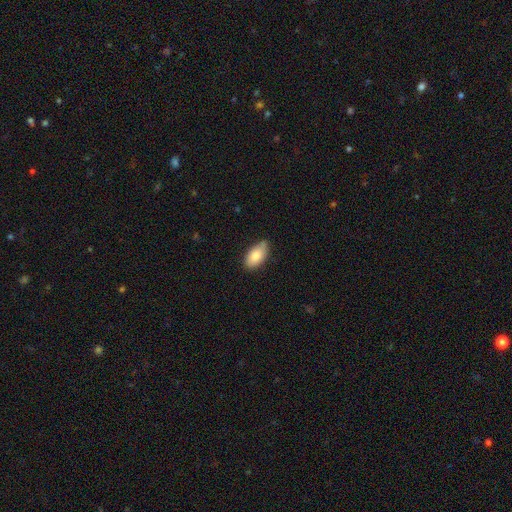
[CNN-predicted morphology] Smooth or featured? Predicted: smooth (p=0.83). How rounded? Predicted: in between (p=0.94). Merging? Predicted: none (p=0.74).